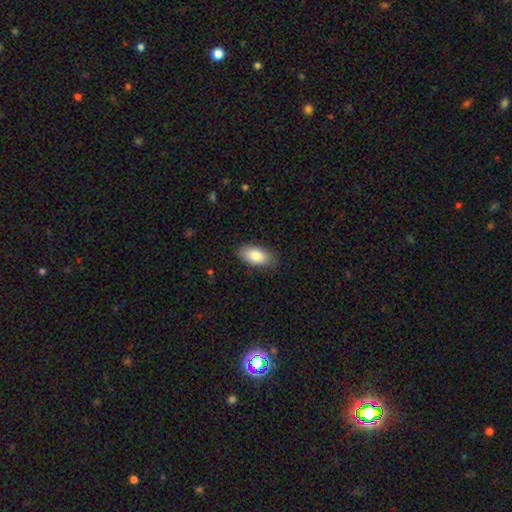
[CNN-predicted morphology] Q: Smooth or featured?
A: smooth (84%); runner-up: featured or disk (9%)
Q: How rounded?
A: in between (93%); runner-up: cigar-shaped (4%)
Q: Merging?
A: none (84%); runner-up: minor disturbance (12%)